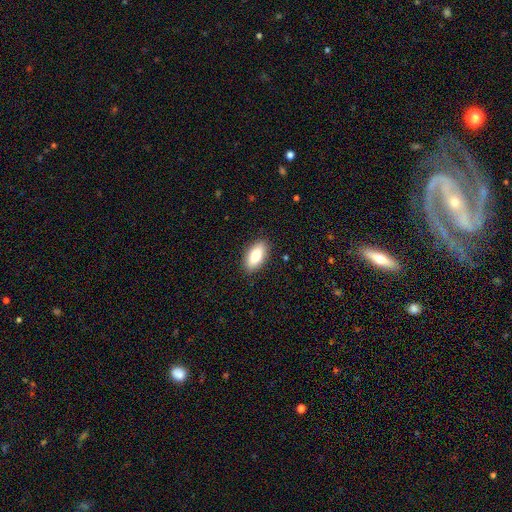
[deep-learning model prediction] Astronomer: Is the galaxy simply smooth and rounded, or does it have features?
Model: smooth — 78%.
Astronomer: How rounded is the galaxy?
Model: in between — 90%.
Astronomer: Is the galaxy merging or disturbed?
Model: none — 88%.